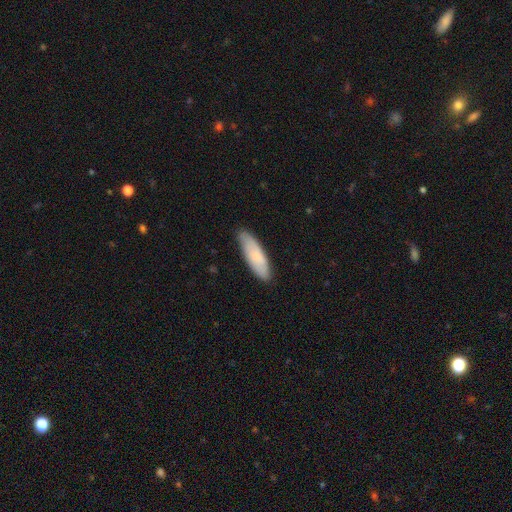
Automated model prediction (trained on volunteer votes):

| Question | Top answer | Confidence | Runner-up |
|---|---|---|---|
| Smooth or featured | smooth | 77% | featured or disk (17%) |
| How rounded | cigar-shaped | 53% | in between (45%) |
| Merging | none | 84% | minor disturbance (13%) |